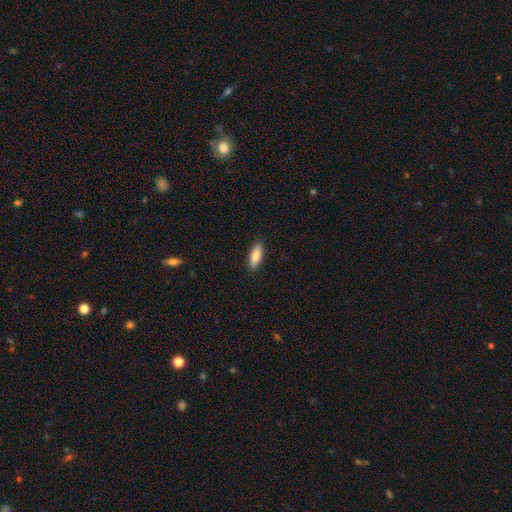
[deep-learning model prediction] A smooth galaxy with no disk features (82%) that is in between round and cigar-shaped (60%). Merging: none (89%).